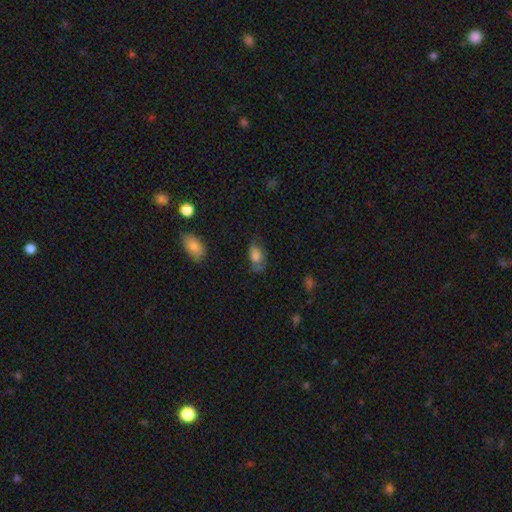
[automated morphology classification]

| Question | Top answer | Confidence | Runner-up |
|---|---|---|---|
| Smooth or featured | smooth | 74% | featured or disk (16%) |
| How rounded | in between | 86% | round (12%) |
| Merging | none | 45% | minor disturbance (33%) |